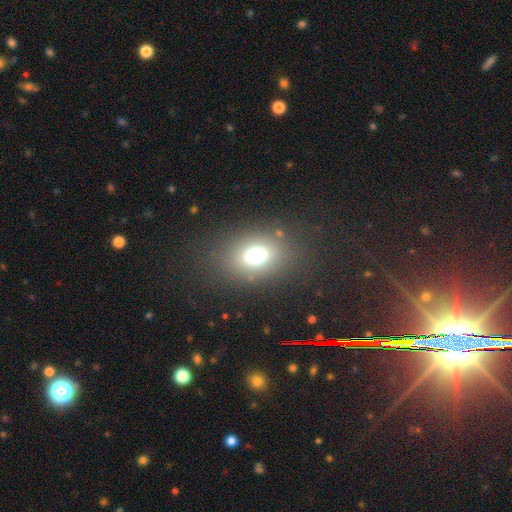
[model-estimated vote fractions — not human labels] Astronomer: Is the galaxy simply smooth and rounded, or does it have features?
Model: smooth — 69%.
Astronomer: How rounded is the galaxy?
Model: in between — 62% (runner-up: round, 37%).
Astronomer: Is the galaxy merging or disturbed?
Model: none — 81%.